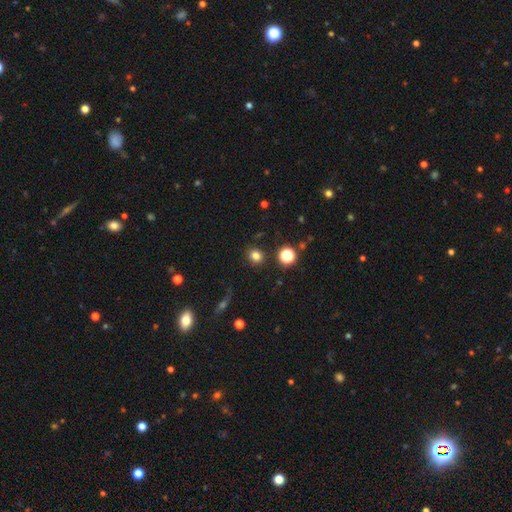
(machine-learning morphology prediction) This appears to be a smooth galaxy with no disk features (80%) that is round (76%). Merging: none (87%).